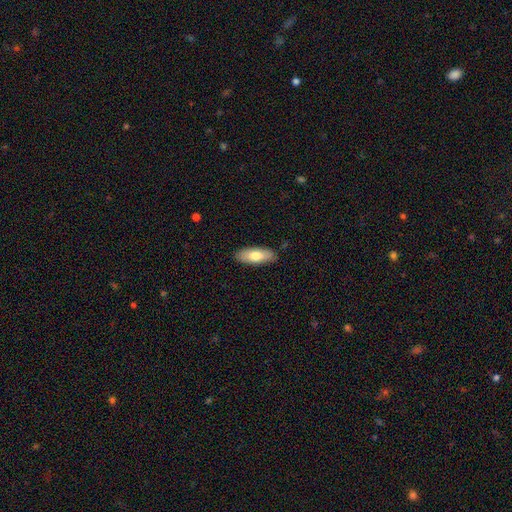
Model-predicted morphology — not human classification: Overall: smooth (73%). How rounded: in between (75%). Merging: none (87%).